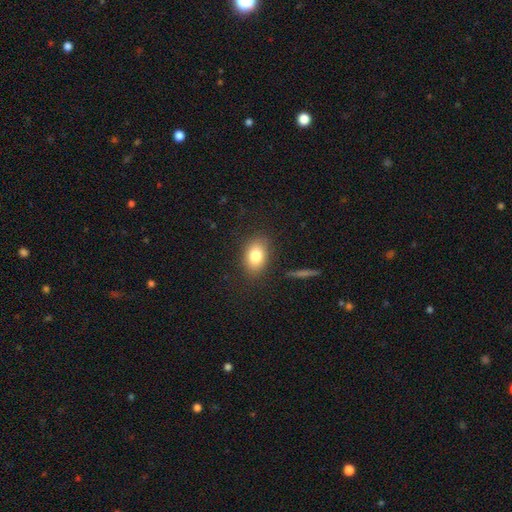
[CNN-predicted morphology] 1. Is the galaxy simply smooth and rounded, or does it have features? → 80% smooth, 11% featured or disk, 9% star or artifact.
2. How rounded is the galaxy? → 81% in between, 18% round, 2% cigar-shaped.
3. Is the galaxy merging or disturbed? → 84% none, 11% minor disturbance, 4% major disturbance, 2% merger.